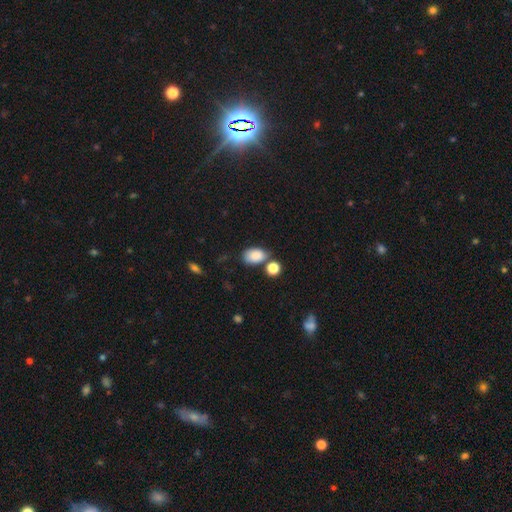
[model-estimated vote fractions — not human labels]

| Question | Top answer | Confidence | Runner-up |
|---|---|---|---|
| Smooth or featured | smooth | 85% | star or artifact (9%) |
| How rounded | in between | 85% | round (14%) |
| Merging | none | 61% | minor disturbance (18%) |